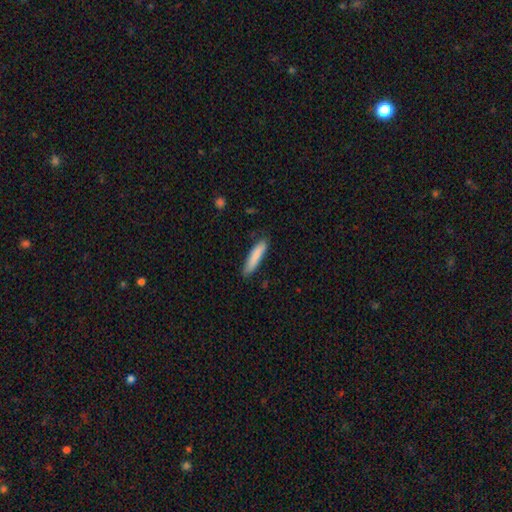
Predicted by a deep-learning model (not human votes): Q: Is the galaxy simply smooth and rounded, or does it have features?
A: smooth — 85%.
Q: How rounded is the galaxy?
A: cigar-shaped — 83%.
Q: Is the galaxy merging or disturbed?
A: none — 83%.